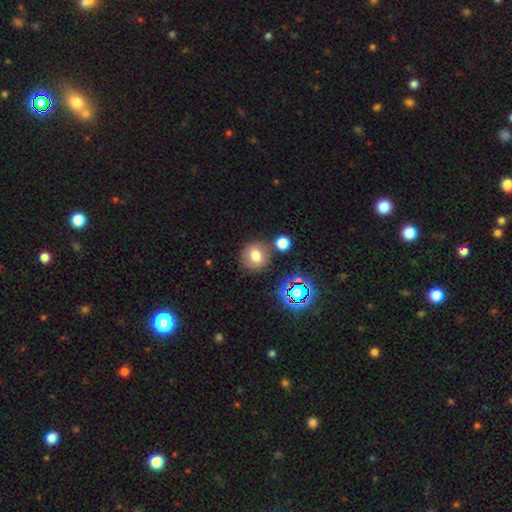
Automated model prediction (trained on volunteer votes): smooth 73%, star or artifact 16%, featured or disk 11%. Down the decision tree: how rounded — round (87%); merging — none (78%).